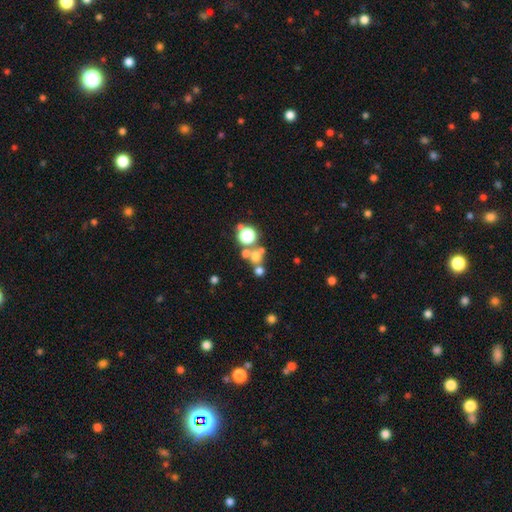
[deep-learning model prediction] Morphology: type=smooth (55%); roundness=round (87%); merging=none (53%).